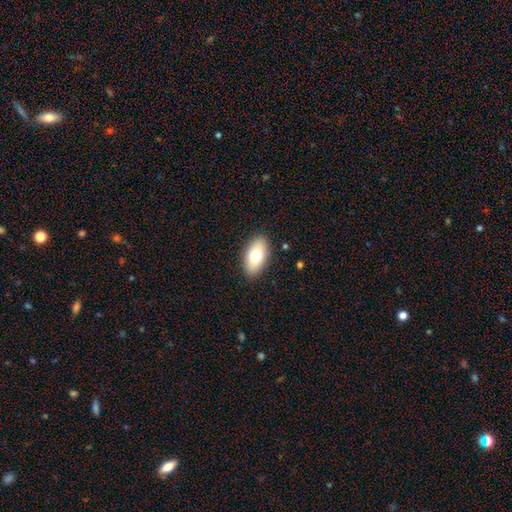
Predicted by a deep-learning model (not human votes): smooth 74%, featured or disk 19%, star or artifact 7%. Down the decision tree: how rounded — in between (92%); merging — none (88%).